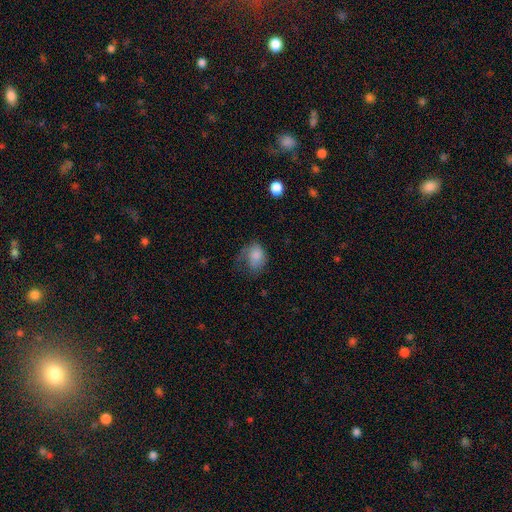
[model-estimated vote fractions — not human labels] smooth 77%, featured or disk 15%, star or artifact 8%. Down the decision tree: how rounded — in between (69%); merging — none (35%).